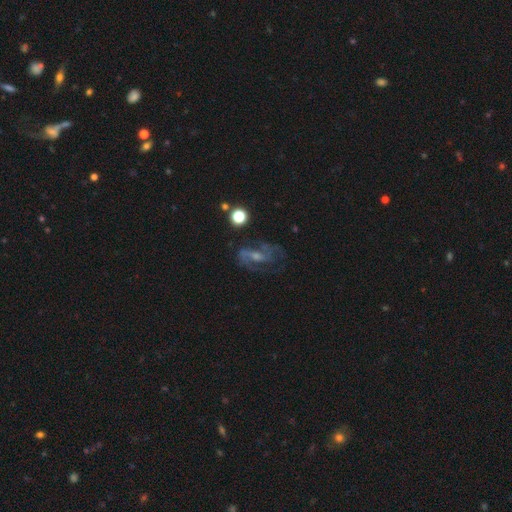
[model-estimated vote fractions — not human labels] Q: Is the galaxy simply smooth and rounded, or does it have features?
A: featured or disk — 68%.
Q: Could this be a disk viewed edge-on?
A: no — 93%.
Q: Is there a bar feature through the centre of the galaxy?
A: weak — 43%.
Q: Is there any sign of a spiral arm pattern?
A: yes — 81%.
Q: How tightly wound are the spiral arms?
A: medium — 44%.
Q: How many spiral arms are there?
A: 2 — 60%.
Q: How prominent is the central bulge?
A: small — 50%.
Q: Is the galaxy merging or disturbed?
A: none — 60%.